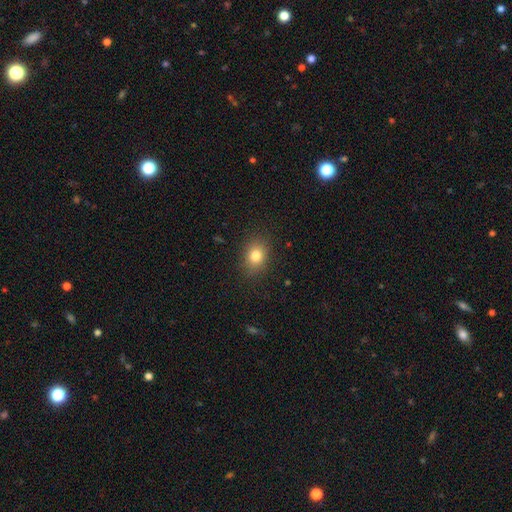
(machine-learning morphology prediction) smooth_or_featured: smooth (p=0.81) [alt: star or artifact p=0.12]
how_rounded: in between (p=0.52) [alt: round p=0.47]
merging: none (p=0.87) [alt: minor disturbance p=0.10]